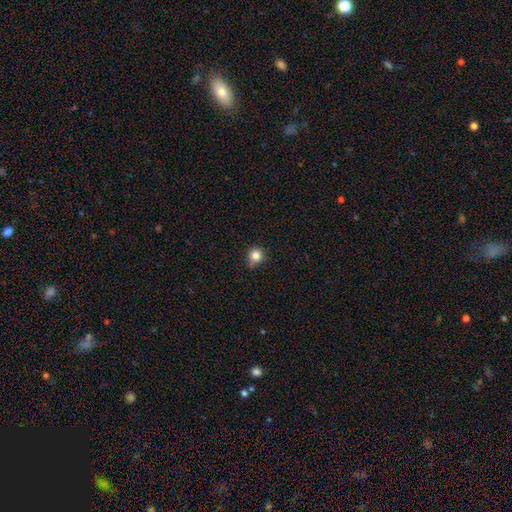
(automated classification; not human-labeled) Smooth or featured? Predicted: smooth (p=0.83). How rounded? Predicted: round (p=0.87). Merging? Predicted: none (p=0.70).